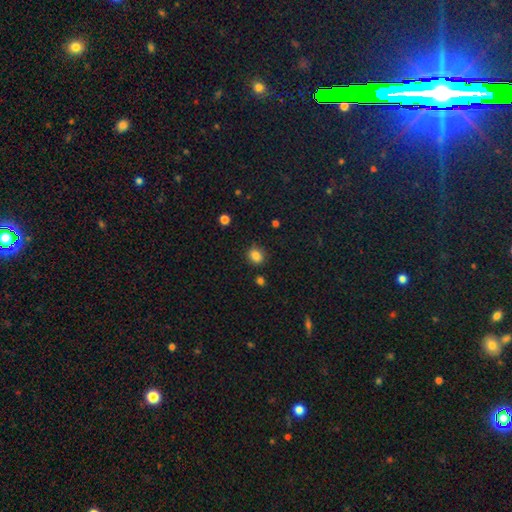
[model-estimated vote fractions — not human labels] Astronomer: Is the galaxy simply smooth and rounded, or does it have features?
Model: smooth — 85%.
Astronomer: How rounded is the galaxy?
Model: round — 51% (runner-up: in between, 48%).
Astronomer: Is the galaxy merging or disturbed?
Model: none — 82%.